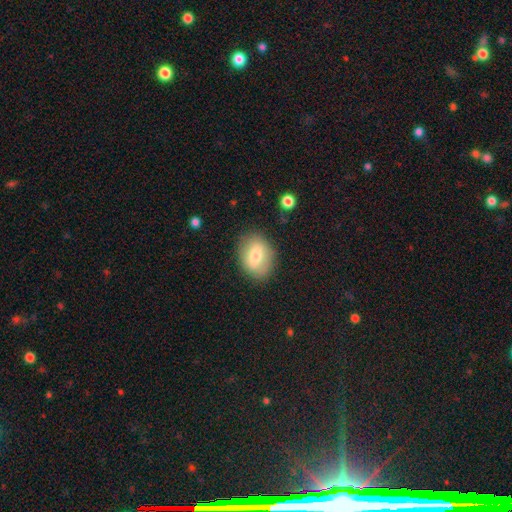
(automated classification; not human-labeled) A smooth galaxy with no disk features (66%) that is in between round and cigar-shaped (71%). Merging: none (82%).